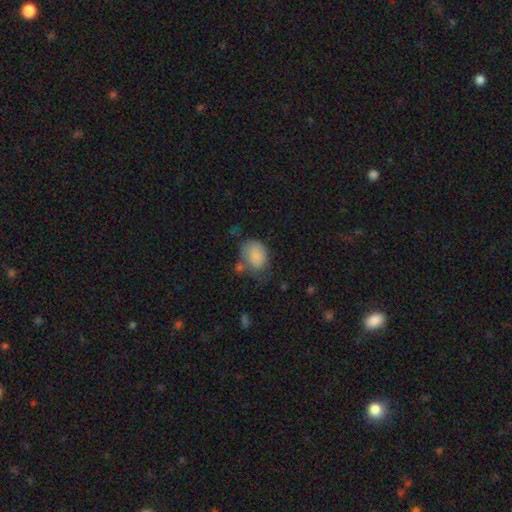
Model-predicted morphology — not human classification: smooth 82%, featured or disk 11%, star or artifact 8%. Down the decision tree: how rounded — in between (64%); merging — none (39%).